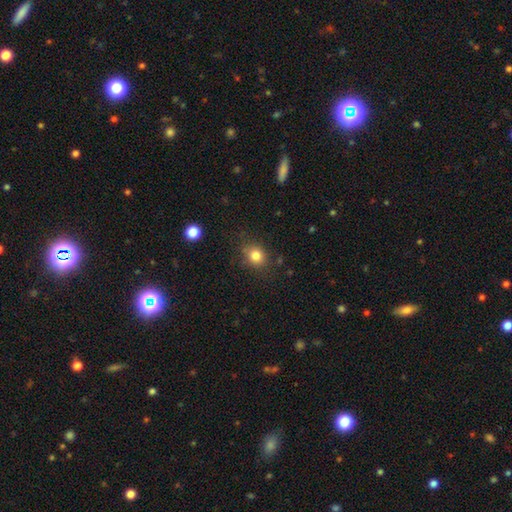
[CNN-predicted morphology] Smooth or featured?
  - smooth: 81% *
  - star or artifact: 12%
  - featured or disk: 7%
How rounded?
  - round: 65% *
  - in between: 34%
  - cigar-shaped: 1%
Merging?
  - none: 79% *
  - minor disturbance: 15%
  - major disturbance: 4%
  - merger: 2%